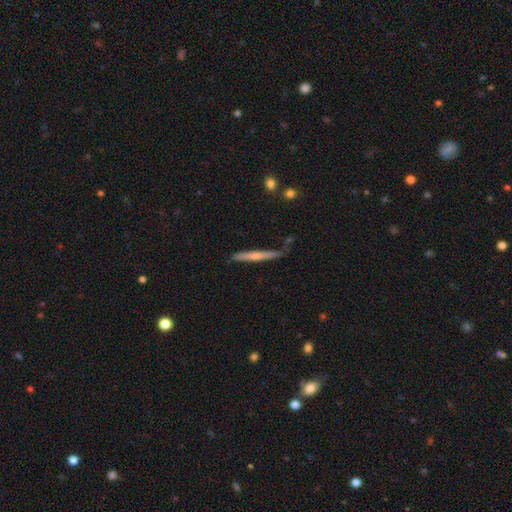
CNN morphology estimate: This appears to be a smooth galaxy with no disk features (49%). Merging: none (78%).